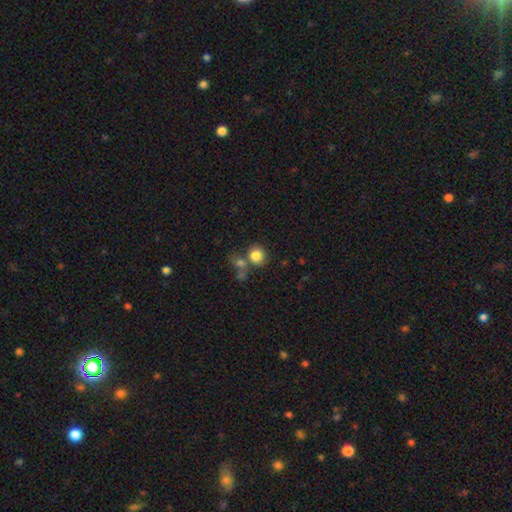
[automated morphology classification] Smooth or featured: smooth — 82% (star or artifact — 10%)
How rounded: round — 83% (in between — 16%)
Merging: none — 60% (merger — 25%)